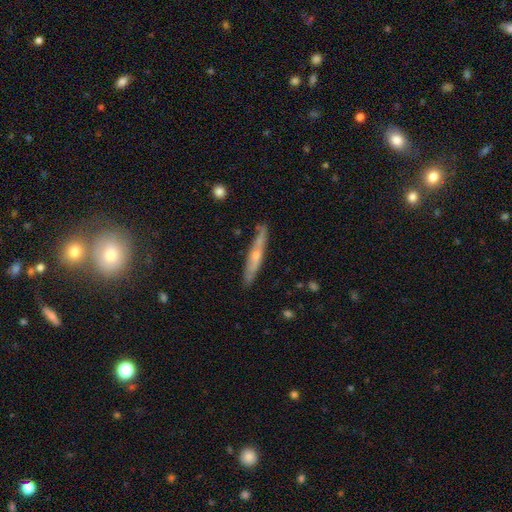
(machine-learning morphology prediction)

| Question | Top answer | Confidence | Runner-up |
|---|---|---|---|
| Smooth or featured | featured or disk | 60% | smooth (34%) |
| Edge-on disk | yes | 88% | no (12%) |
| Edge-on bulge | rounded | 70% | none (26%) |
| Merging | none | 82% | minor disturbance (14%) |